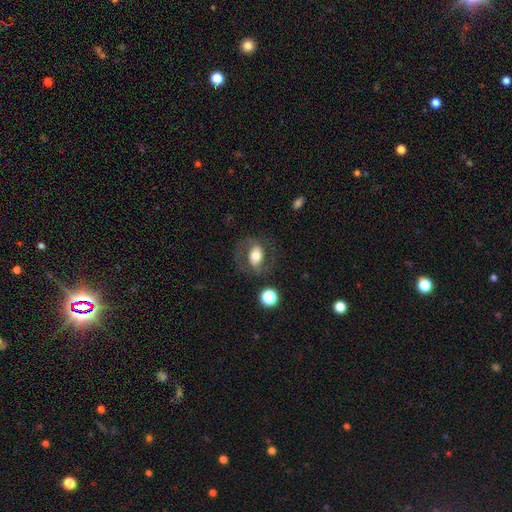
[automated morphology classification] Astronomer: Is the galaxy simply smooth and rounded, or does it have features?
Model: featured or disk — 47% (runner-up: smooth, 44%).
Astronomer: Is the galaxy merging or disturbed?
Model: none — 70%.